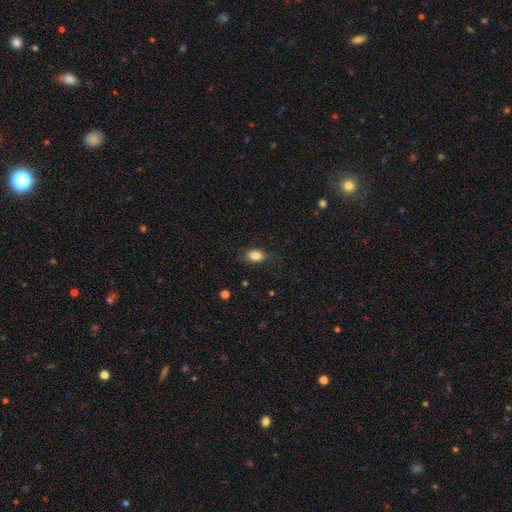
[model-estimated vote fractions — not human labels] smooth-or-featured: smooth: 84% | star or artifact: 9% | featured or disk: 7%
  how-rounded: in between: 83% | round: 15% | cigar-shaped: 2%
  merging: none: 76% | minor disturbance: 17% | major disturbance: 6% | merger: 1%